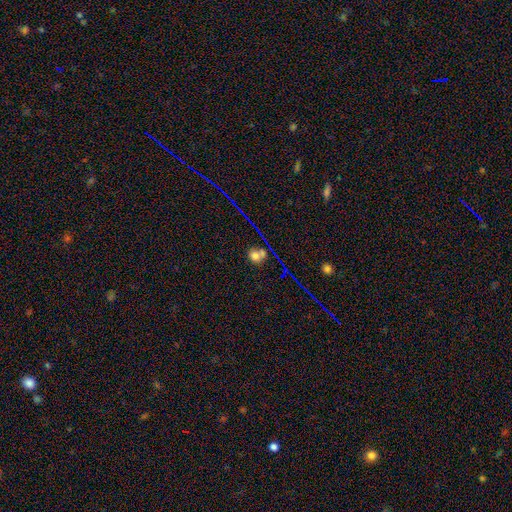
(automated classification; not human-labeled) Smooth or featured? smooth (63%)
How rounded? round (78%)
Merging? none (58%)